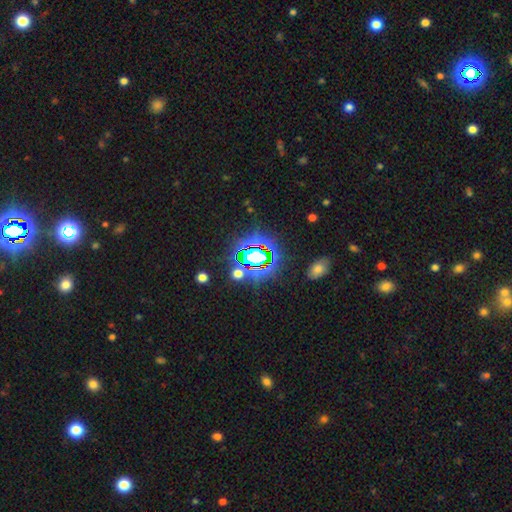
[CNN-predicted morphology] Smooth or featured? Predicted: star or artifact (p=0.72).